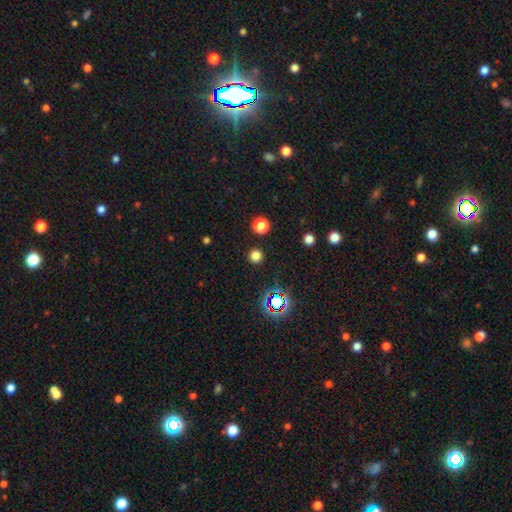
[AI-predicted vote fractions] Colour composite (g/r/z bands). It shows a smooth galaxy with no disk features (75%) that is round (95%). Merging: none (91%).